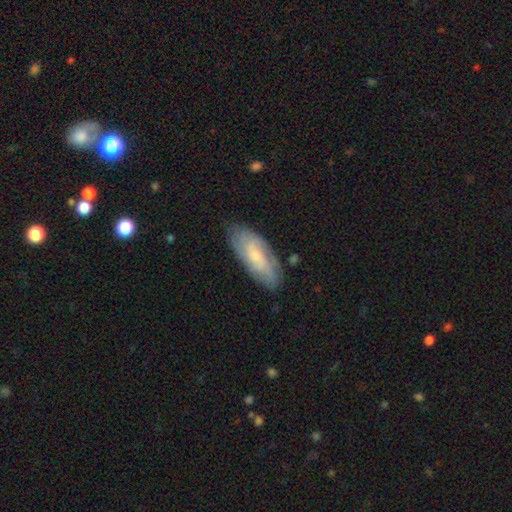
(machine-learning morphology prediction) This appears to be a featured or disk galaxy (55%). Merging: none (77%).